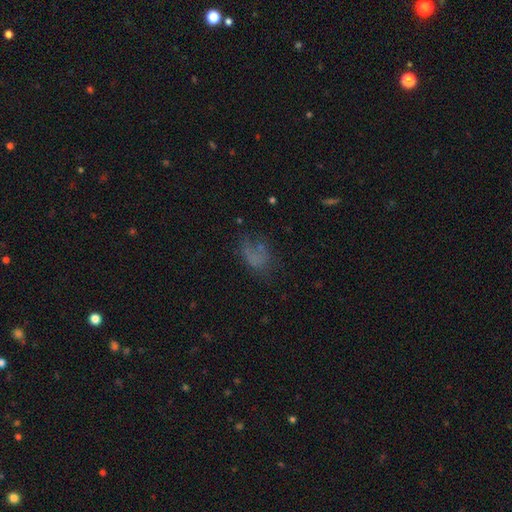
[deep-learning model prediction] A smooth galaxy with no disk features (53%) that is in between round and cigar-shaped (77%). Merging: none (43%).